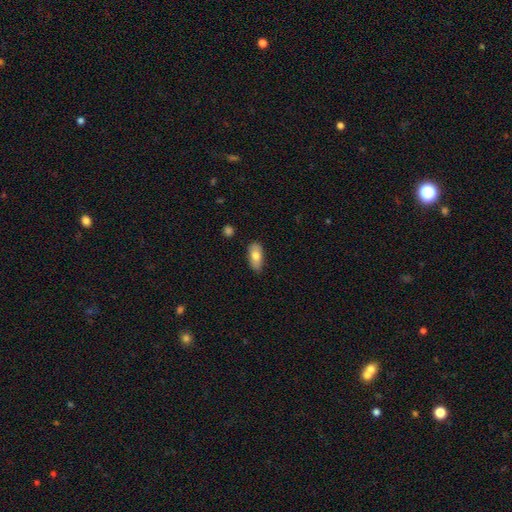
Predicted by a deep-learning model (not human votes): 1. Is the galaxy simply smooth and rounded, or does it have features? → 75% smooth, 18% featured or disk, 7% star or artifact.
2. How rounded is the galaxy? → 86% in between, 11% cigar-shaped, 3% round.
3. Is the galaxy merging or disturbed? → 81% none, 15% minor disturbance, 2% major disturbance, 2% merger.